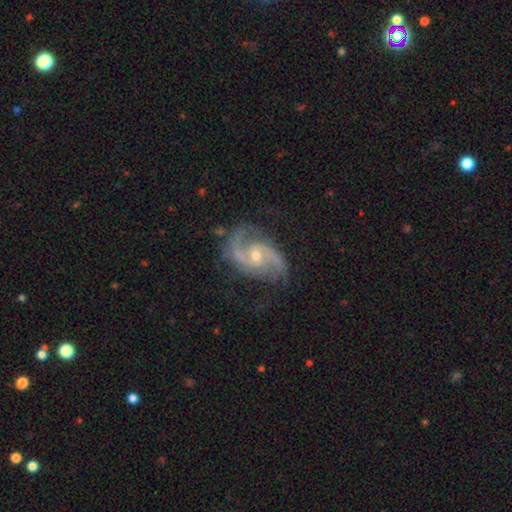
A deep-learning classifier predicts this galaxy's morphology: A featured or disk galaxy (91%) with no bar (54%), 2 (87%) medium (56%) spiral arms (98%) and a small central bulge (54%).

Vote fractions:
- Smooth or featured? featured or disk: 91% / star or artifact: 5% / smooth: 4%
- Edge-on disk? no: 98% / yes: 2%
- Bar? no: 54% / weak: 37% / strong: 9%
- Spiral arms? yes: 98% / no: 2%
- Spiral winding? medium: 56% / loose: 24% / tight: 20%
- Spiral arm count? 2: 87% / 3: 5% / can't tell: 3% / 1: 2% / 4: 2% / more than 4: 1%
- Bulge size? small: 54% / moderate: 43% / large: 1% / none: 1% / dominant: 1%
- Merging? none: 72% / minor disturbance: 19% / major disturbance: 7% / merger: 2%